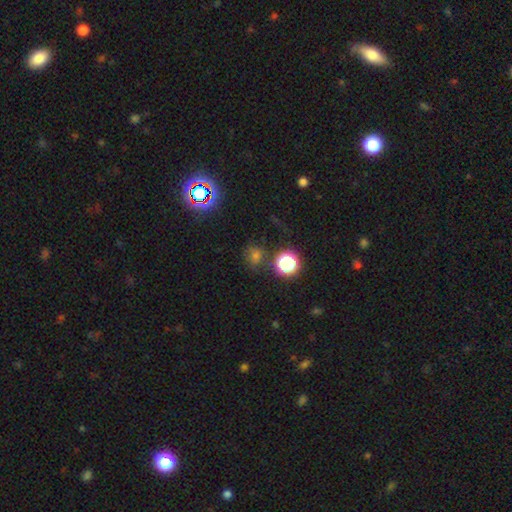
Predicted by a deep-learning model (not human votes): Smooth or featured? Predicted: smooth (p=0.58). How rounded? Predicted: round (p=0.81). Merging? Predicted: none (p=0.74).